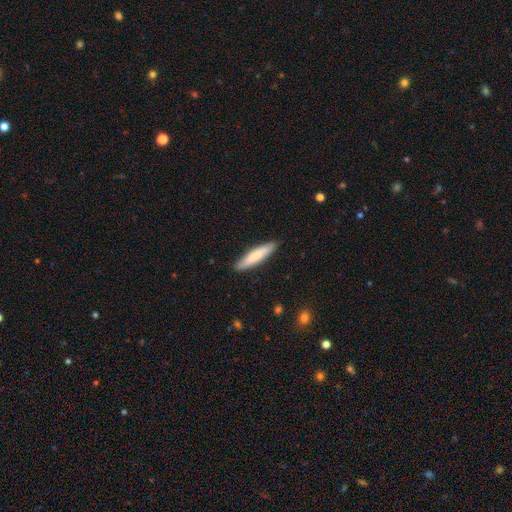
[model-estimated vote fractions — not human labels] The model was most divided on "smooth or featured": smooth: 78%, featured or disk: 17%, star or artifact: 5%. More confident: merging — none (88%); how rounded — cigar-shaped (83%).